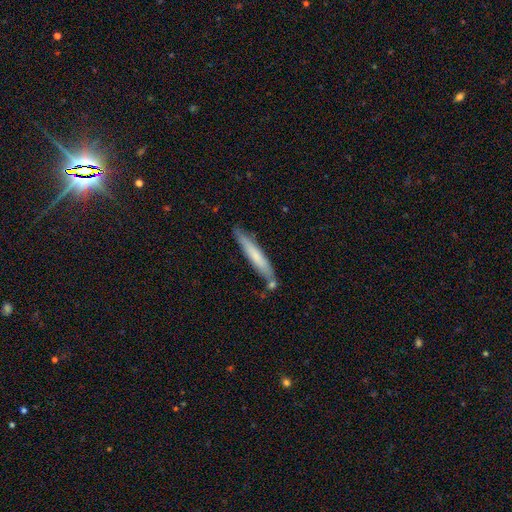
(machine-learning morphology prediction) type=smooth (65%); roundness=cigar-shaped (93%); merging=none (76%).